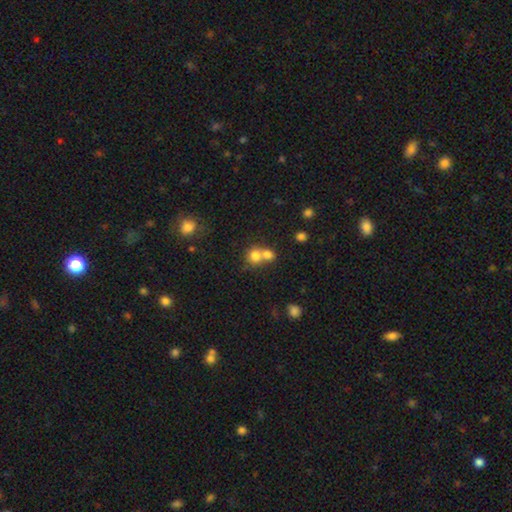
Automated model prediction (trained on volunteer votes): Morphology: type=smooth (76%); roundness=round (80%); merging=merger (60%).